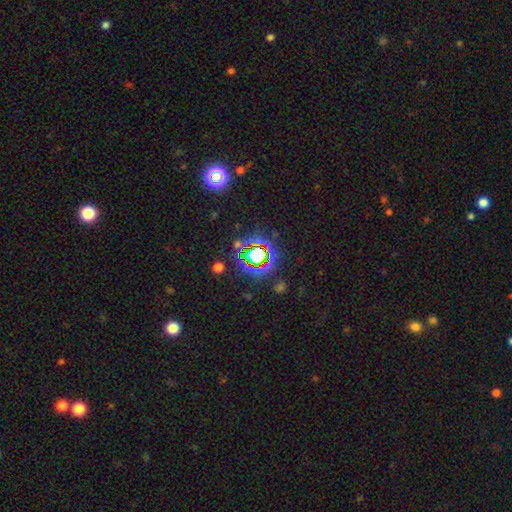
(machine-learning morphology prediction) Smooth or featured? star or artifact (73%)